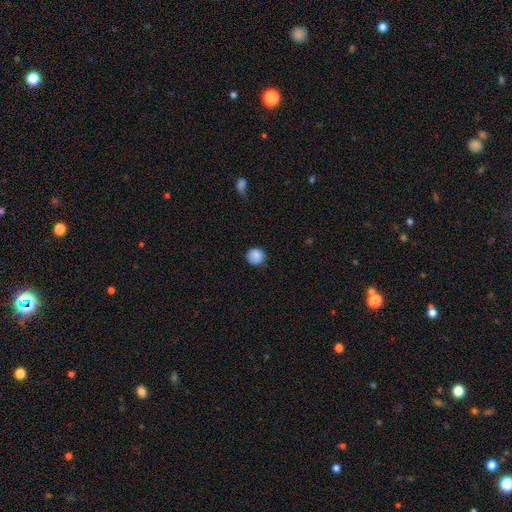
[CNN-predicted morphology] A smooth galaxy with no disk features (87%) that is round (92%). Merging: none (85%).